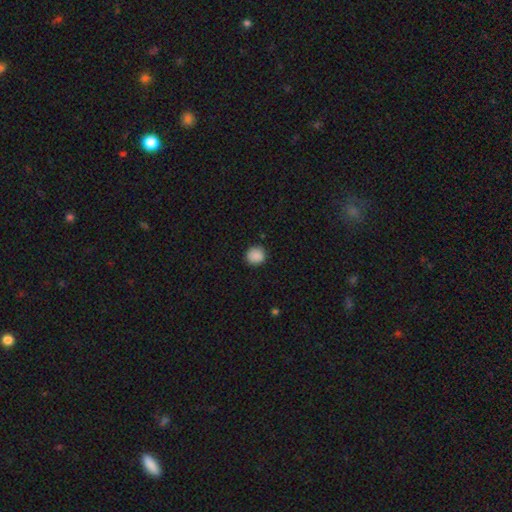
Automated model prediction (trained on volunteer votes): A smooth galaxy with no disk features (89%) that is round (92%).

Vote fractions:
- Smooth or featured? smooth: 89% / star or artifact: 9% / featured or disk: 2%
- How rounded? round: 92% / in between: 7% / cigar-shaped: 1%
- Merging? none: 90% / minor disturbance: 7% / major disturbance: 2% / merger: 1%